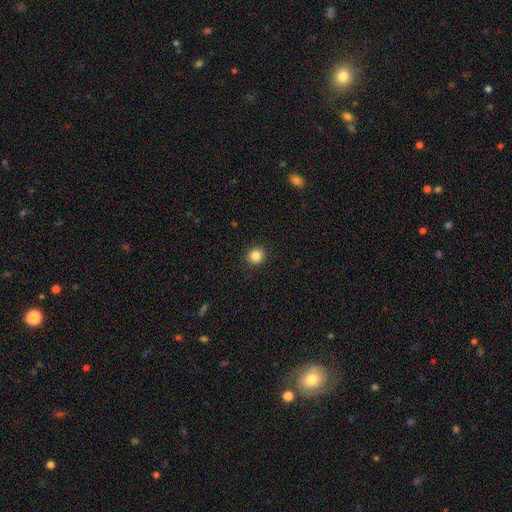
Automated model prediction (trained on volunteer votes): The model was most divided on "smooth or featured": smooth: 85%, star or artifact: 11%, featured or disk: 4%. More confident: merging — none (92%); how rounded — round (90%).